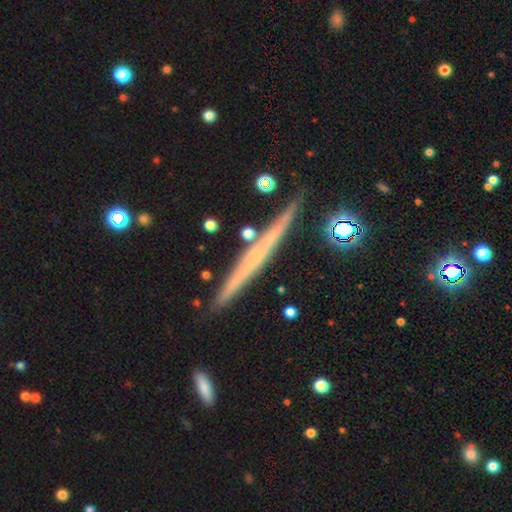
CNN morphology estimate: This appears to be a featured or disk galaxy (59%) viewed edge-on (97%) with no central bulge (86%). Merging: none (88%).